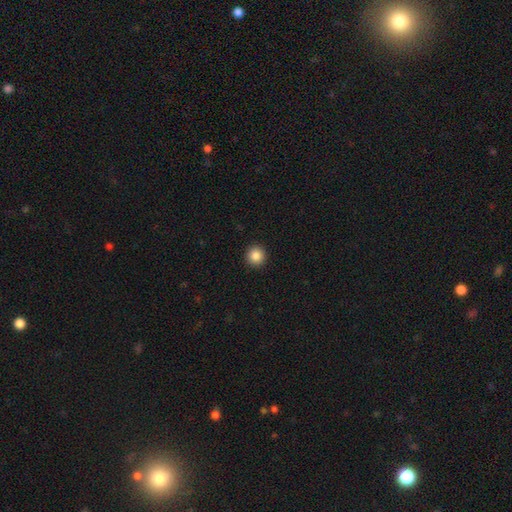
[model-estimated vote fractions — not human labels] Q: Smooth or featured?
A: smooth (86%); runner-up: star or artifact (10%)
Q: How rounded?
A: round (95%); runner-up: in between (4%)
Q: Merging?
A: none (93%); runner-up: minor disturbance (4%)